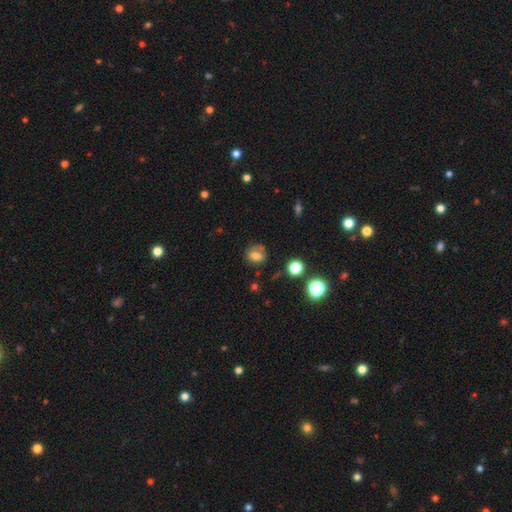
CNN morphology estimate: The model was most divided on "how rounded": round: 57%, in between: 42%, cigar-shaped: 1%. More confident: smooth or featured — smooth (67%); merging — none (62%).